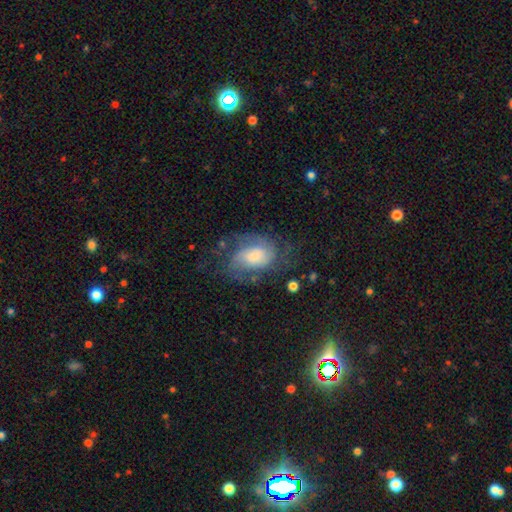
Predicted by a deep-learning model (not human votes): smooth-or-featured: featured or disk: 71% | smooth: 21% | star or artifact: 8%
  disk-edge-on: no: 97% | yes: 3%
    bar: no: 62% | weak: 31% | strong: 6%
    has-spiral-arms: yes: 91% | no: 9%
      spiral-winding: medium: 46% | tight: 36% | loose: 19%
      spiral-arm-count: 2: 42% | can't tell: 27% | 3: 16% | 1: 5% | 4: 5% | more than 4: 4%
    bulge-size: moderate: 35% | small: 34% | large: 21% | none: 7% | dominant: 4%
  merging: none: 59% | minor disturbance: 21% | major disturbance: 19% | merger: 2%